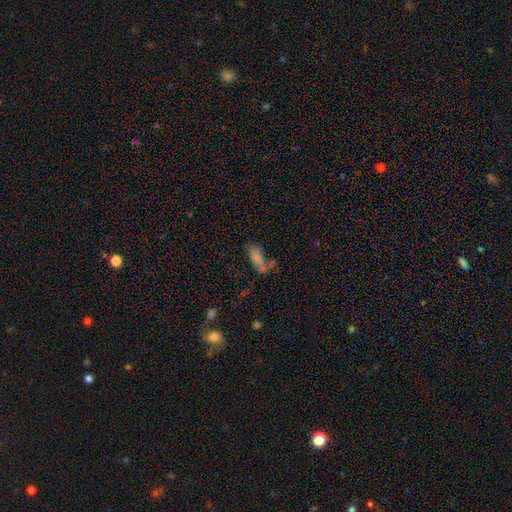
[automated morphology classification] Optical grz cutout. It shows a smooth galaxy with no disk features (62%) that is in between round and cigar-shaped (68%). Merging: none (41%).